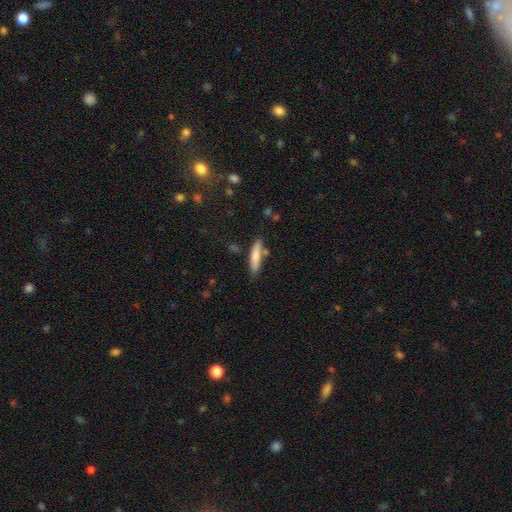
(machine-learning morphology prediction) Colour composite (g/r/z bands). It shows a smooth galaxy with no disk features (74%) that is cigar-shaped (77%). Merging: none (77%).